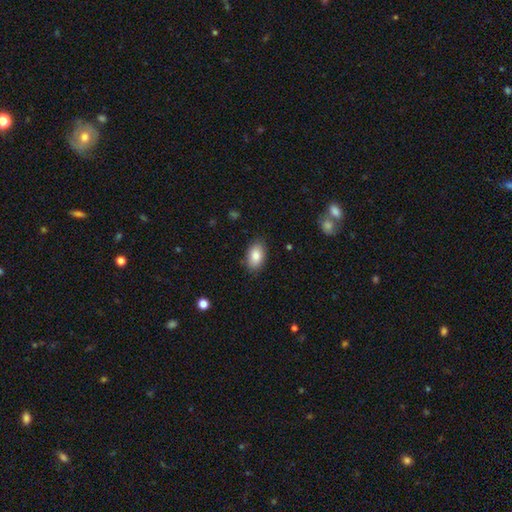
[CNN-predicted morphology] smooth-or-featured: smooth: 84% | featured or disk: 9% | star or artifact: 7%
  how-rounded: in between: 90% | round: 9% | cigar-shaped: 1%
  merging: none: 86% | minor disturbance: 11% | major disturbance: 2% | merger: 1%